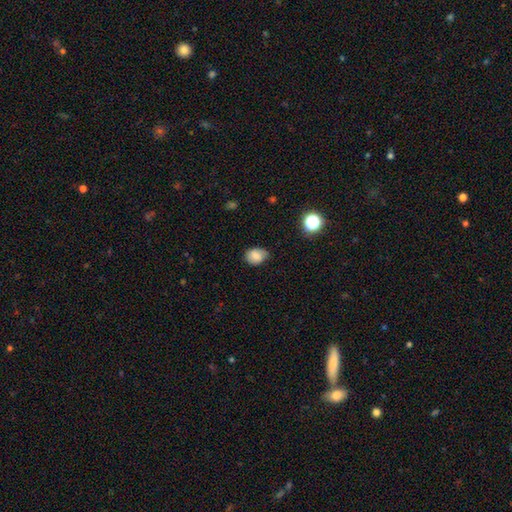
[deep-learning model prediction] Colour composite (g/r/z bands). It shows a smooth galaxy with no disk features (80%) that is in between round and cigar-shaped (57%). Merging: none (65%).